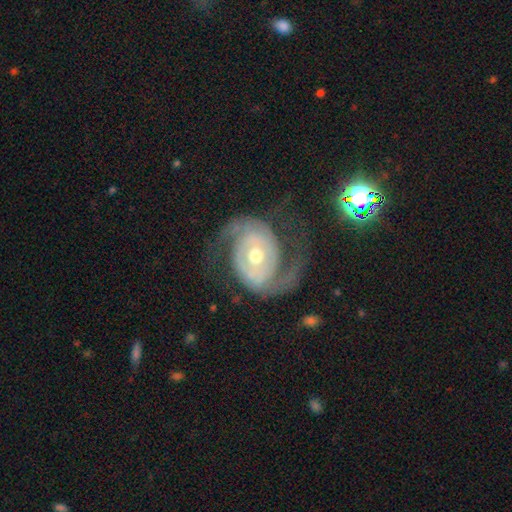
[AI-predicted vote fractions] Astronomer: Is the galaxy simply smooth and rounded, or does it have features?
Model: featured or disk — 88%.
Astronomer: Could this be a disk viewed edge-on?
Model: no — 97%.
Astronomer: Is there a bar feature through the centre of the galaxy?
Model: no — 61%.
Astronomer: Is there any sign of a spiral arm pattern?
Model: yes — 95%.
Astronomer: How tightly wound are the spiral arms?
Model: medium — 49% (runner-up: tight, 26%).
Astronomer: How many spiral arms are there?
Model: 2 — 91%.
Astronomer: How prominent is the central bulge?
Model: moderate — 73%.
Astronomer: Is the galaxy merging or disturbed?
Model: none — 68%.